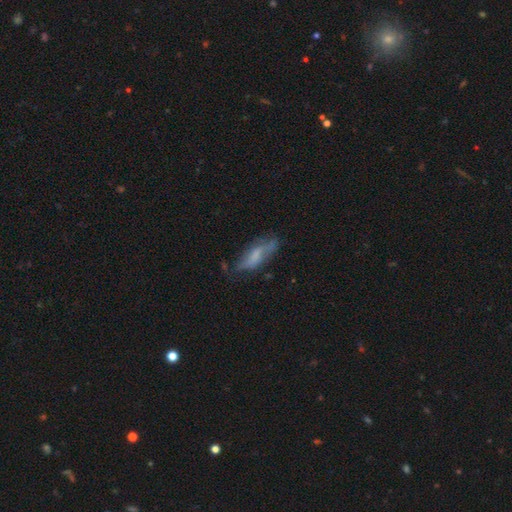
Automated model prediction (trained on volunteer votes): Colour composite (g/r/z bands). It shows a smooth galaxy with no disk features (49%). Merging: none (54%).